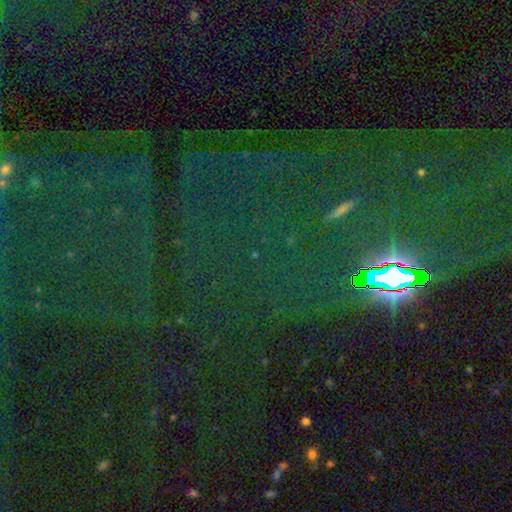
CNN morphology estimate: This is clearly a star or artifact rather than a galaxy (86%).